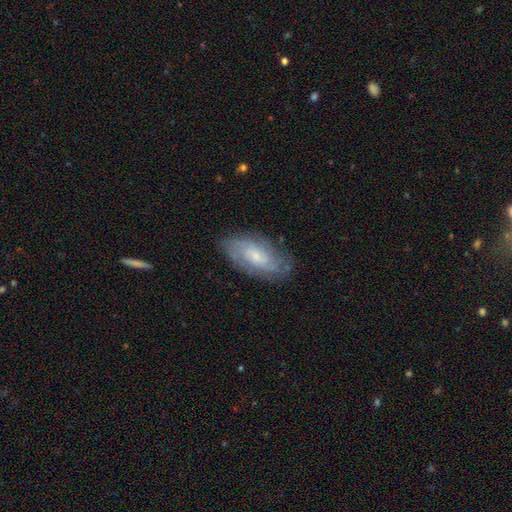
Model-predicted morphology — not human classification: Smooth or featured? Predicted: featured or disk (p=0.67). Edge-on disk? Predicted: no (p=0.93). Bar? Predicted: no (p=0.65). Spiral arms? Predicted: yes (p=0.88). Spiral winding? Predicted: tight (p=0.52). Spiral arm count? Predicted: can't tell (p=0.43). Bulge size? Predicted: small (p=0.61). Merging? Predicted: none (p=0.76).